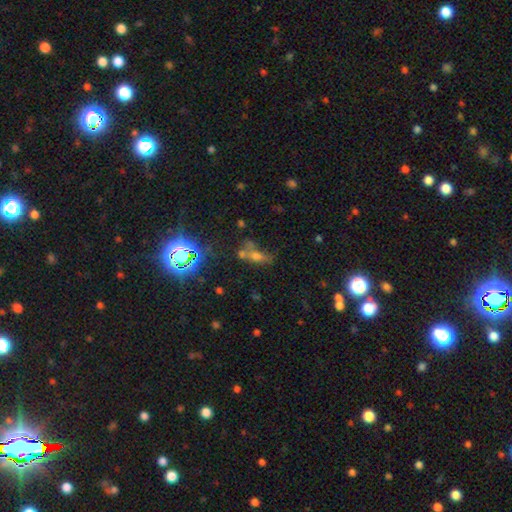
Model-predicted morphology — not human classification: Smooth or featured: smooth — 44% (star or artifact — 36%)
Merging: none — 39% (merger — 32%)